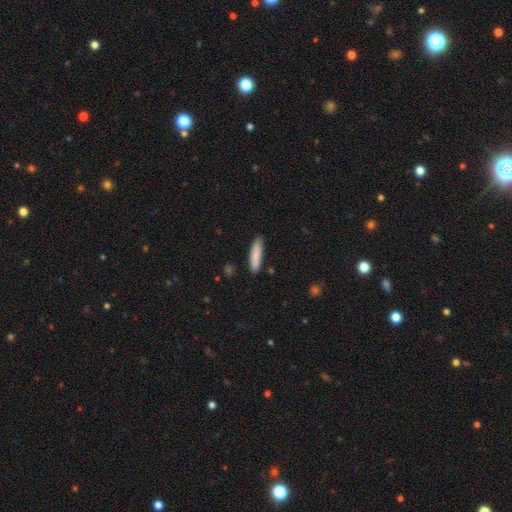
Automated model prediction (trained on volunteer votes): Morphology: type=smooth (85%); roundness=cigar-shaped (74%); merging=none (87%).